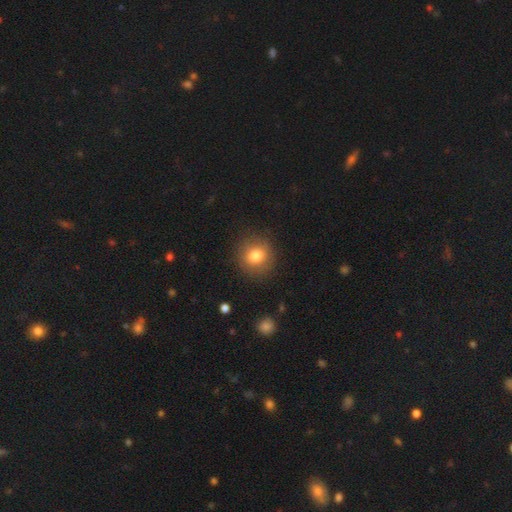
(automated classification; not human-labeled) Morphology: type=smooth (79%); roundness=round (87%); merging=none (86%).